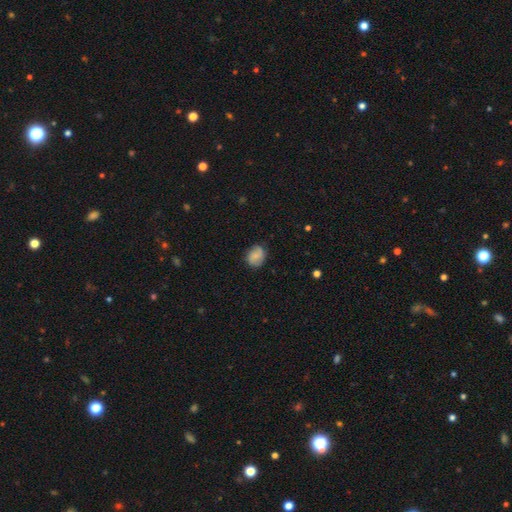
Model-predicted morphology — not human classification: Overall: smooth (72%). How rounded: round (52%; in between 46%). Merging: none (79%).